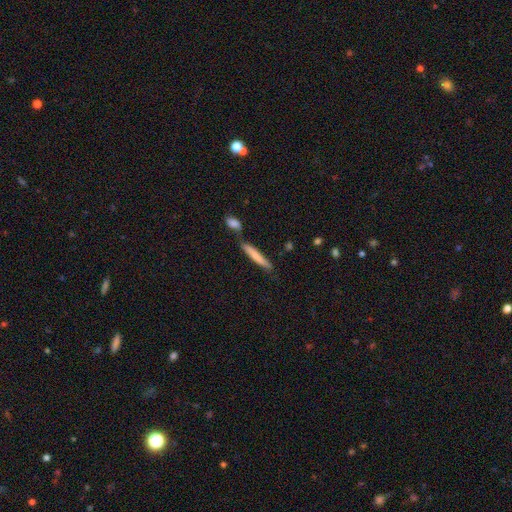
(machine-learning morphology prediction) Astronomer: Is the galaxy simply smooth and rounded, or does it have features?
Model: smooth — 74%.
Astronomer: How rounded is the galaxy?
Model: cigar-shaped — 92%.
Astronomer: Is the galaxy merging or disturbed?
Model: none — 65%.